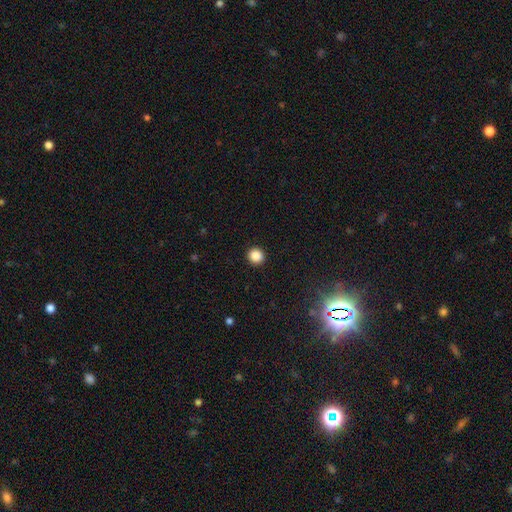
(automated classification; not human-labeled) smooth-or-featured: smooth: 87% | star or artifact: 11% | featured or disk: 3%
  how-rounded: round: 93% | in between: 6% | cigar-shaped: 1%
  merging: none: 93% | minor disturbance: 4% | major disturbance: 2% | merger: 1%